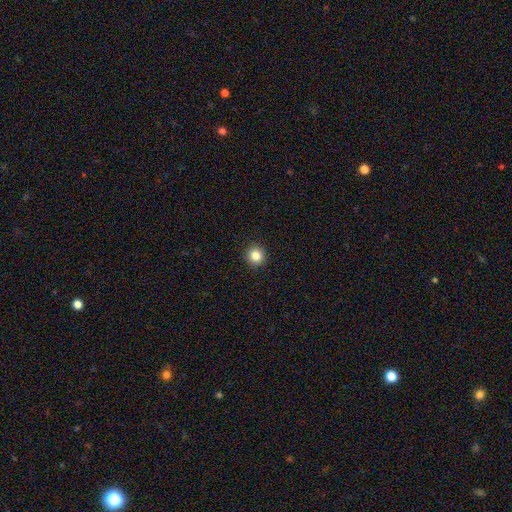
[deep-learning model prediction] A smooth galaxy with no disk features (84%) that is round (95%).

Vote fractions:
- Smooth or featured? smooth: 84% / star or artifact: 11% / featured or disk: 5%
- How rounded? round: 95% / in between: 4% / cigar-shaped: 1%
- Merging? none: 93% / minor disturbance: 4% / major disturbance: 1% / merger: 1%